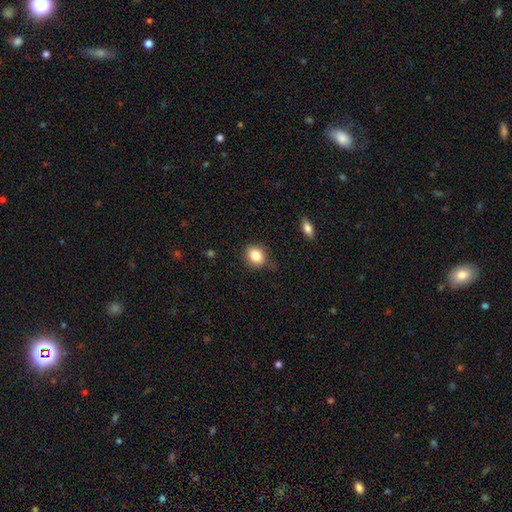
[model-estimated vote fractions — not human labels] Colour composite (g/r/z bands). It shows a smooth galaxy with no disk features (84%) that is round (58%). Merging: none (75%).